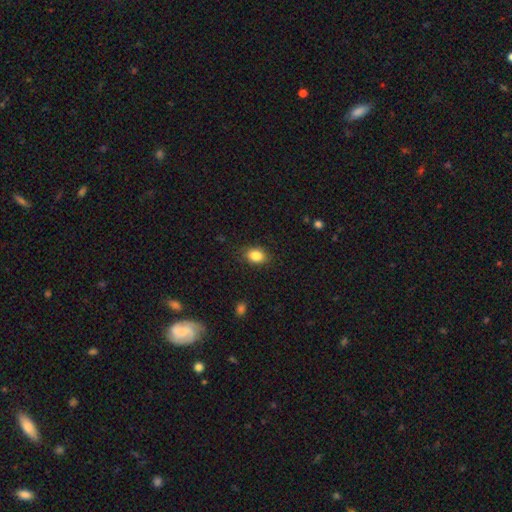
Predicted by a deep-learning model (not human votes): Smooth or featured: smooth — 85% (star or artifact — 9%)
How rounded: in between — 75% (round — 24%)
Merging: none — 84% (minor disturbance — 12%)